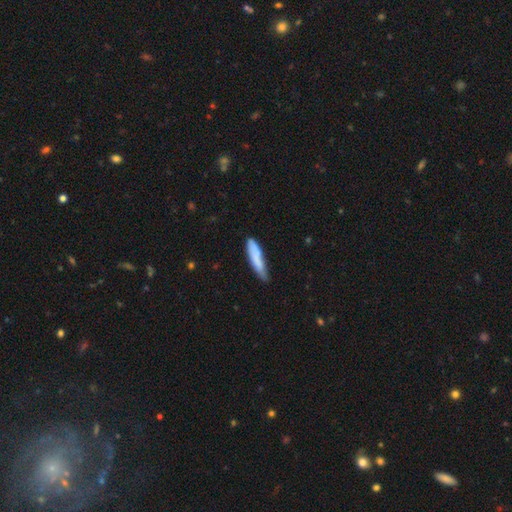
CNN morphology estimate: Smooth or featured? smooth (74%)
How rounded? cigar-shaped (80%)
Merging? none (55%)